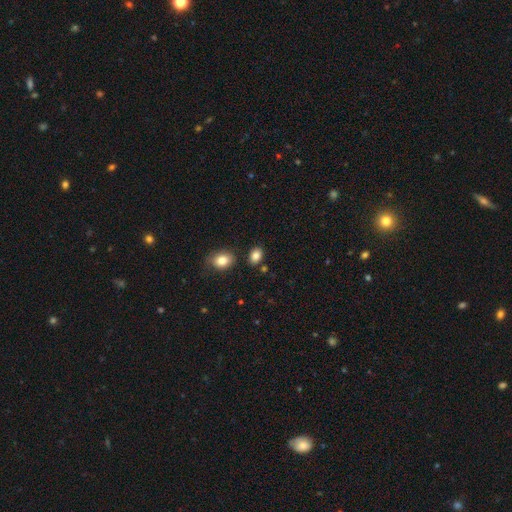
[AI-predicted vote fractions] Smooth or featured? Predicted: smooth (p=0.85). How rounded? Predicted: in between (p=0.74). Merging? Predicted: none (p=0.81).